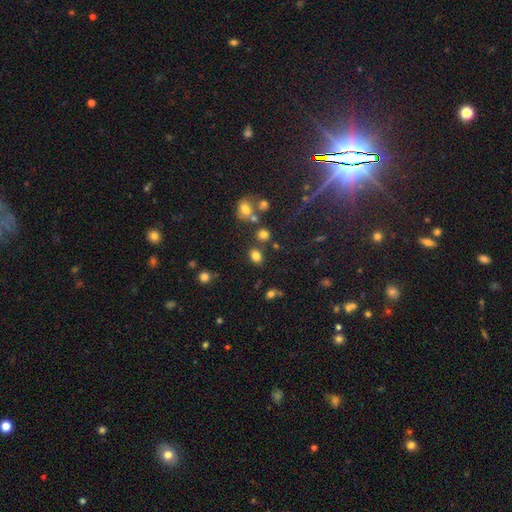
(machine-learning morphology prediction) Overall: smooth (79%). How rounded: in between (62%; round 37%). Merging: none (75%).